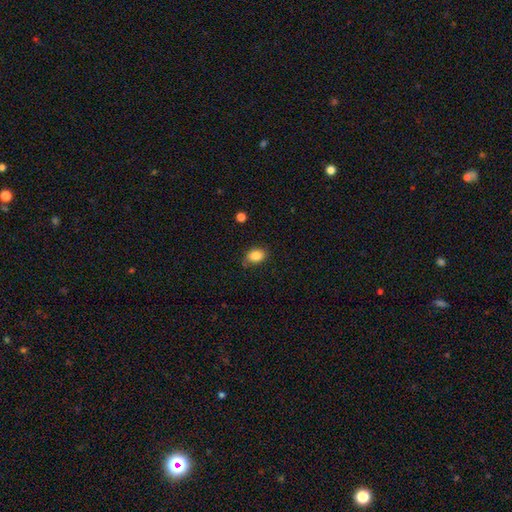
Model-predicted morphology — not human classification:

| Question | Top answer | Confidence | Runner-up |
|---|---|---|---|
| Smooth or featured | smooth | 86% | star or artifact (9%) |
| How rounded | in between | 73% | round (26%) |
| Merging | none | 77% | minor disturbance (17%) |